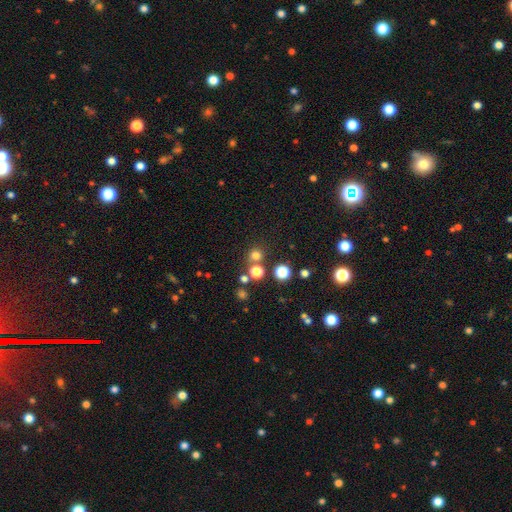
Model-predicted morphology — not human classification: Smooth or featured? Predicted: smooth (p=0.72). How rounded? Predicted: round (p=0.89). Merging? Predicted: none (p=0.72).